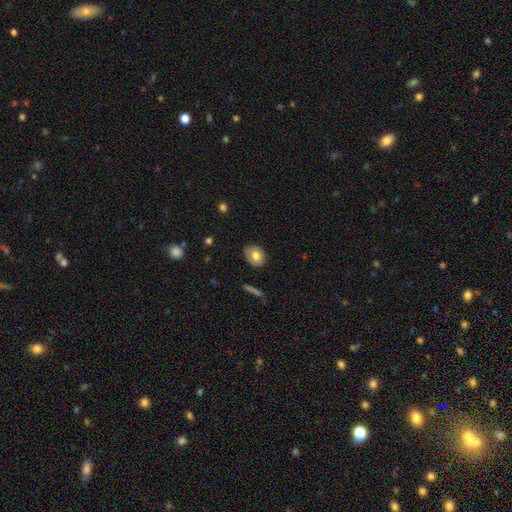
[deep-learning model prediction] A smooth galaxy with no disk features (71%) that is in between round and cigar-shaped (55%). Merging: none (83%).